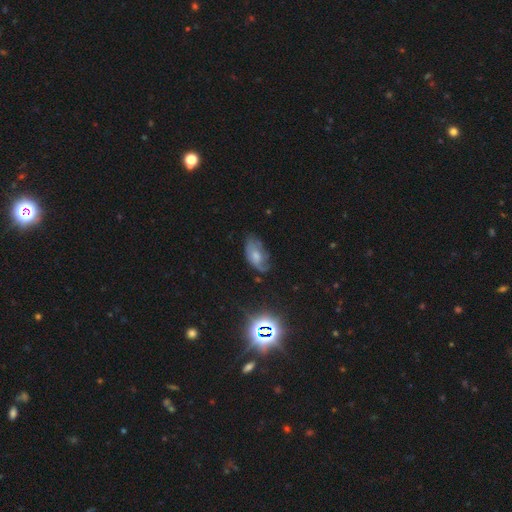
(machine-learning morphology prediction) Smooth or featured? Predicted: smooth (p=0.43, tied with featured or disk). Merging? Predicted: none (p=0.47).